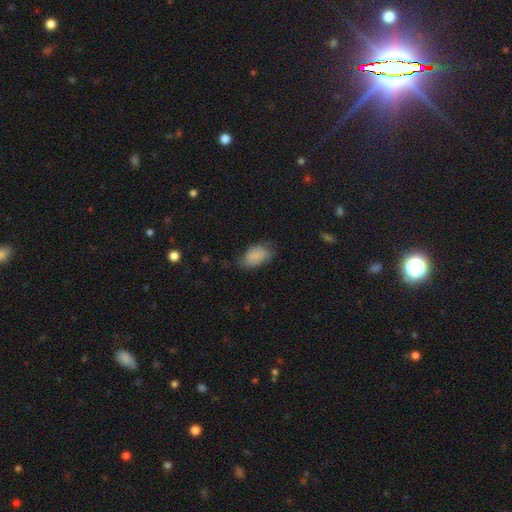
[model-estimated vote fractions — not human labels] smooth 79%, featured or disk 14%, star or artifact 8%. Down the decision tree: how rounded — in between (90%); merging — none (54%).